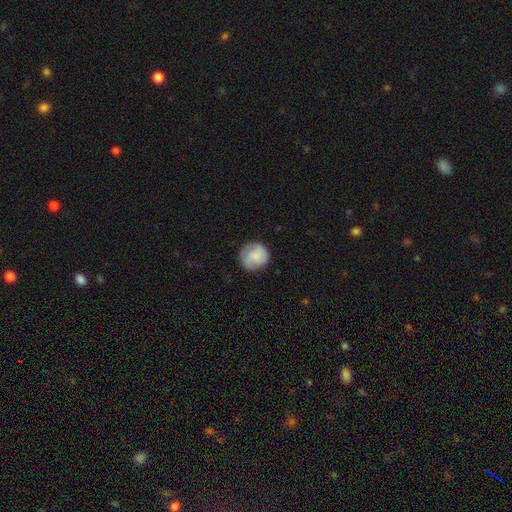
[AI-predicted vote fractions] Smooth or featured? Predicted: smooth (p=0.65). How rounded? Predicted: round (p=0.90). Merging? Predicted: none (p=0.77).